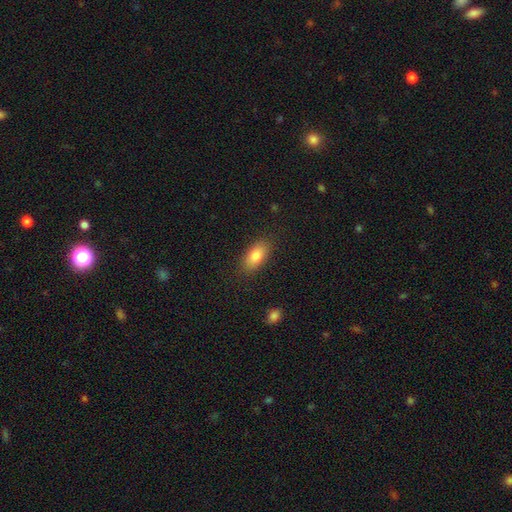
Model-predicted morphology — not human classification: smooth 81%, featured or disk 11%, star or artifact 8%. Down the decision tree: how rounded — in between (87%); merging — none (85%).